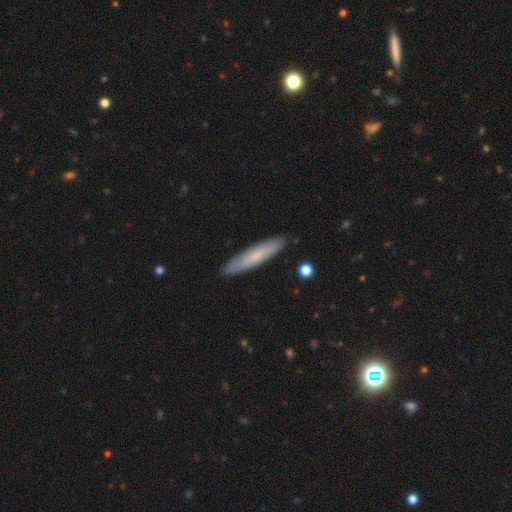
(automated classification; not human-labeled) Smooth or featured? smooth (65%)
How rounded? cigar-shaped (87%)
Merging? none (89%)